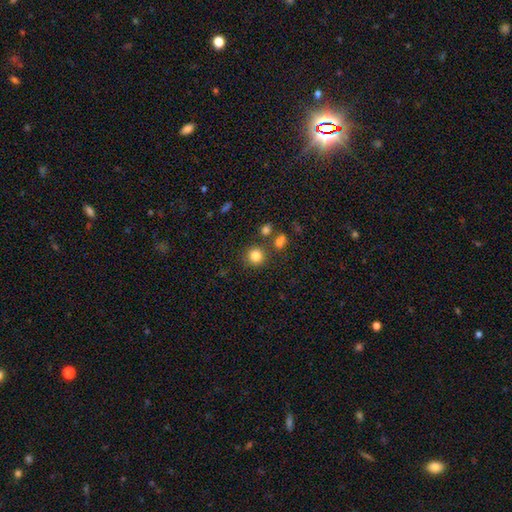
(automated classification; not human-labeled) Morphology: type=smooth (82%); roundness=round (91%); merging=none (80%).